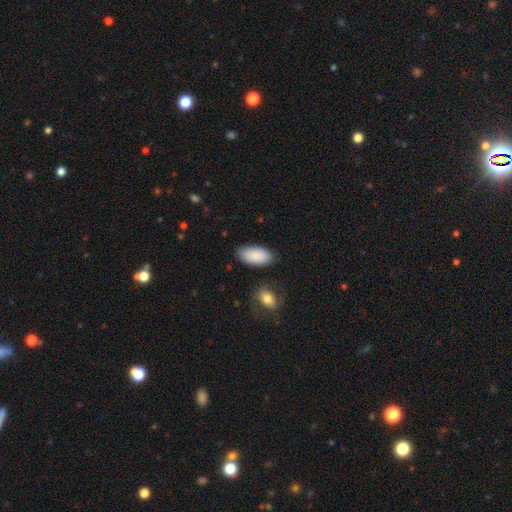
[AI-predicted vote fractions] Smooth or featured? smooth (90%)
How rounded? in between (92%)
Merging? none (81%)